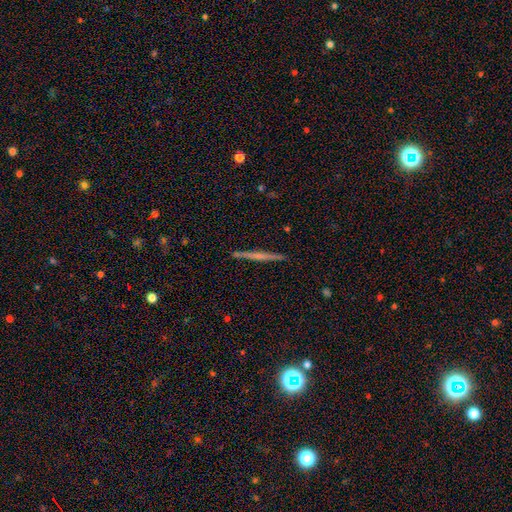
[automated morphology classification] Q: Smooth or featured?
A: featured or disk (46%); runner-up: smooth (29%)
Q: Merging?
A: none (89%); runner-up: minor disturbance (7%)